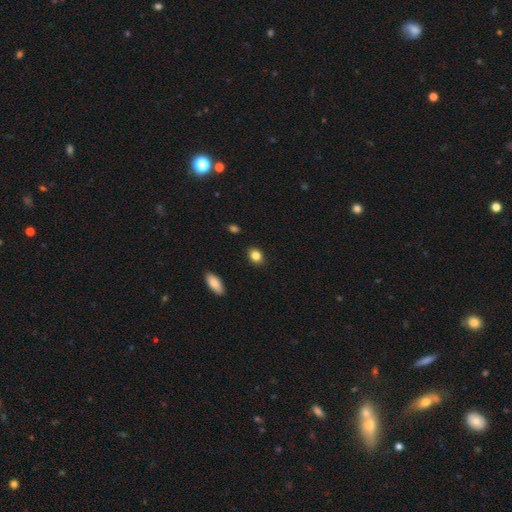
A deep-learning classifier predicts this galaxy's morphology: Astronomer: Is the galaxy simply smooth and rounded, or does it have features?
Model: smooth — 85%.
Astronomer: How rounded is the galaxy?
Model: in between — 58% (runner-up: round, 40%).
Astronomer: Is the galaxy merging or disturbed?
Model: none — 88%.